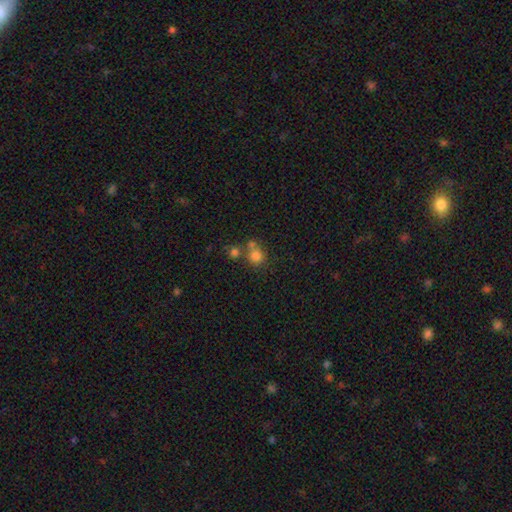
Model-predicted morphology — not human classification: The model was most divided on "merging": none: 54%, merger: 33%, minor disturbance: 9%, major disturbance: 4%. More confident: how rounded — round (84%); smooth or featured — smooth (76%).